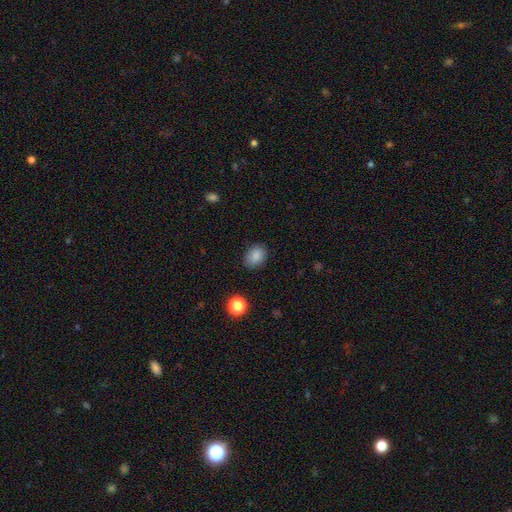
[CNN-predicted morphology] smooth_or_featured: smooth (p=0.86) [alt: star or artifact p=0.10]
how_rounded: in between (p=0.68) [alt: round p=0.31]
merging: none (p=0.83) [alt: minor disturbance p=0.12]